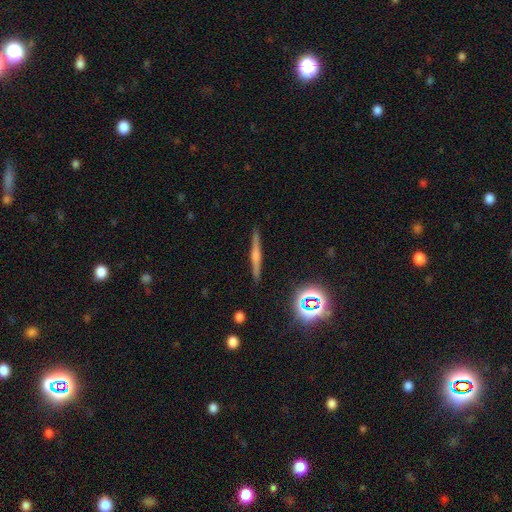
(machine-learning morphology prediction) This appears to be a featured or disk galaxy (60%) viewed edge-on (97%) with a rounded central bulge (70%). Merging: none (91%).